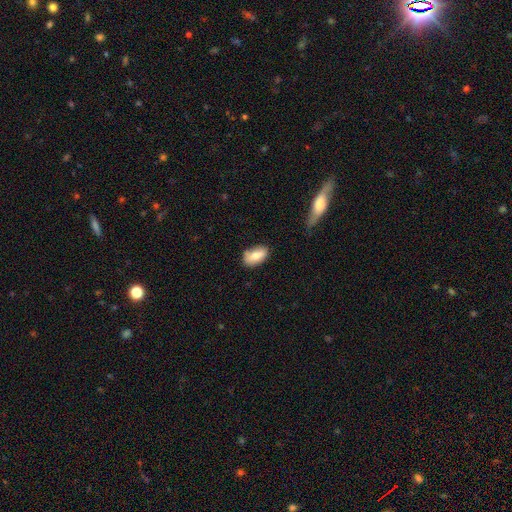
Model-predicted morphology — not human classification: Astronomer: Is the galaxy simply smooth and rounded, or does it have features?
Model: smooth — 76%.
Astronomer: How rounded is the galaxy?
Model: in between — 91%.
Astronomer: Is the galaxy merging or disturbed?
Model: none — 74%.